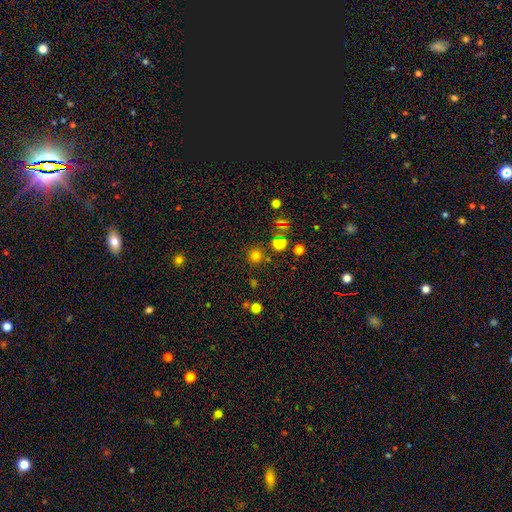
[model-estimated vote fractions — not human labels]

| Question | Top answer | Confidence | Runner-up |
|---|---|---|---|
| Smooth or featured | smooth | 73% | star or artifact (21%) |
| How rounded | round | 94% | in between (5%) |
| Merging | none | 84% | minor disturbance (7%) |